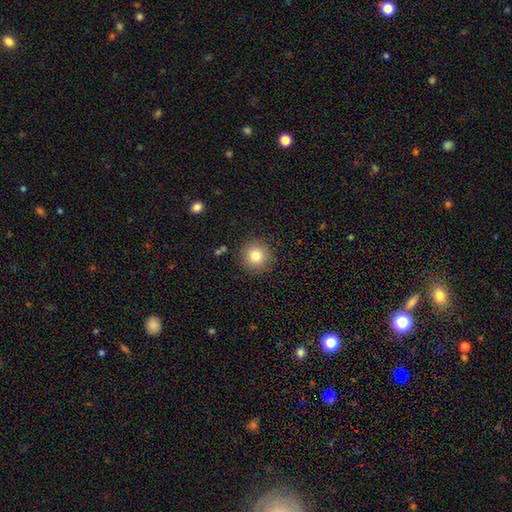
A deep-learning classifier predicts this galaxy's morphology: This is clearly a smooth galaxy (81%). How rounded: clearly round (95%). Merging: clearly none (89%).